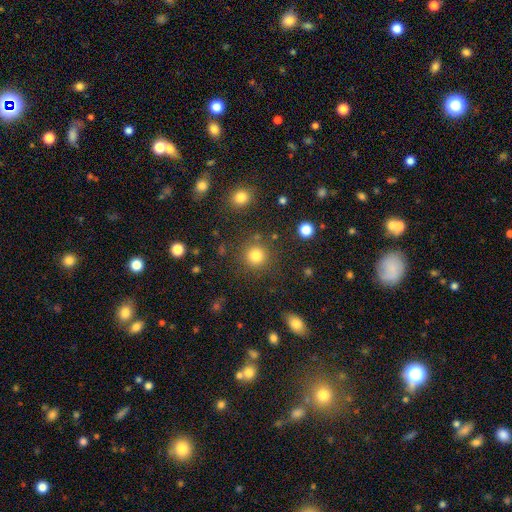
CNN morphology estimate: smooth 82%, star or artifact 13%, featured or disk 5%. Down the decision tree: how rounded — round (93%); merging — none (85%).